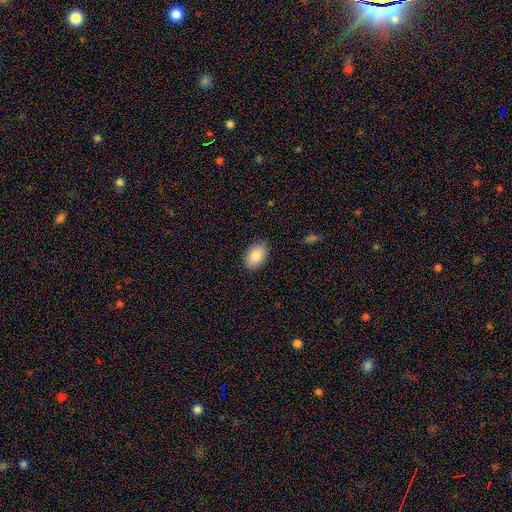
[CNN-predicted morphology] Q: Smooth or featured?
A: smooth (87%); runner-up: featured or disk (7%)
Q: How rounded?
A: in between (92%); runner-up: round (6%)
Q: Merging?
A: none (86%); runner-up: minor disturbance (11%)